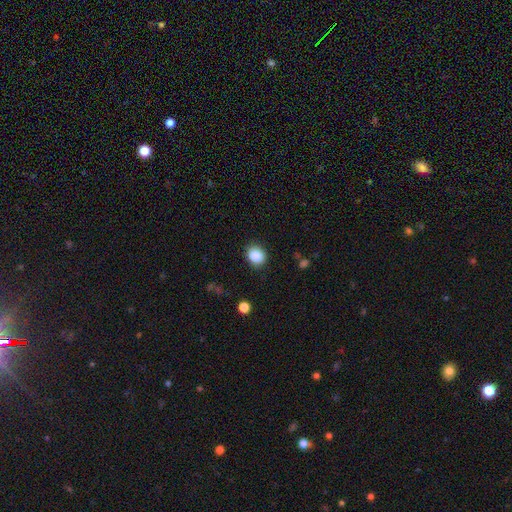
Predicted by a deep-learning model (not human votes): Smooth or featured? smooth (86%)
How rounded? round (63%)
Merging? none (88%)